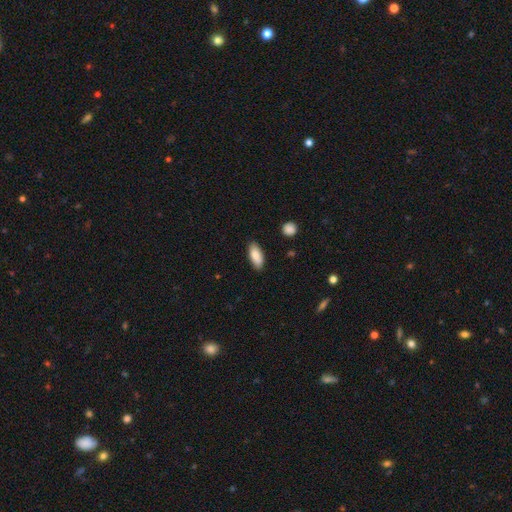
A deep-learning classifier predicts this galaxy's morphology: Q: Smooth or featured?
A: smooth (84%); runner-up: featured or disk (10%)
Q: How rounded?
A: in between (84%); runner-up: cigar-shaped (13%)
Q: Merging?
A: none (85%); runner-up: minor disturbance (12%)